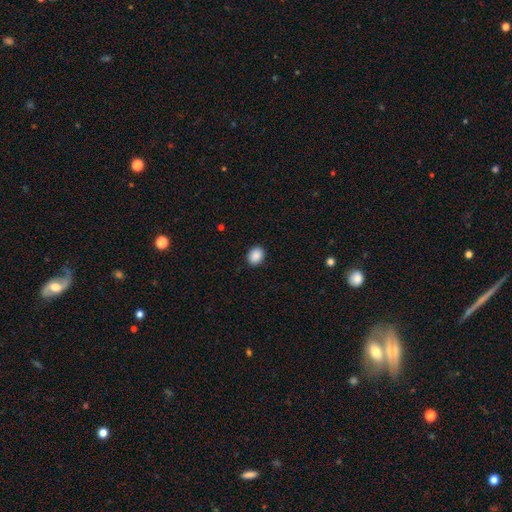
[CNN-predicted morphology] Smooth or featured?
  - smooth: 89% *
  - star or artifact: 8%
  - featured or disk: 3%
How rounded?
  - round: 50% *
  - in between: 49%
  - cigar-shaped: 1%
Merging?
  - none: 90% *
  - minor disturbance: 7%
  - major disturbance: 2%
  - merger: 1%